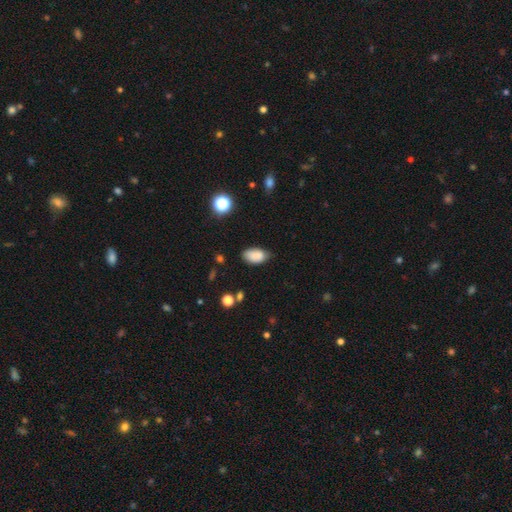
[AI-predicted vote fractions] This appears to be a smooth galaxy with no disk features (85%) that is in between round and cigar-shaped (92%). Merging: none (69%).